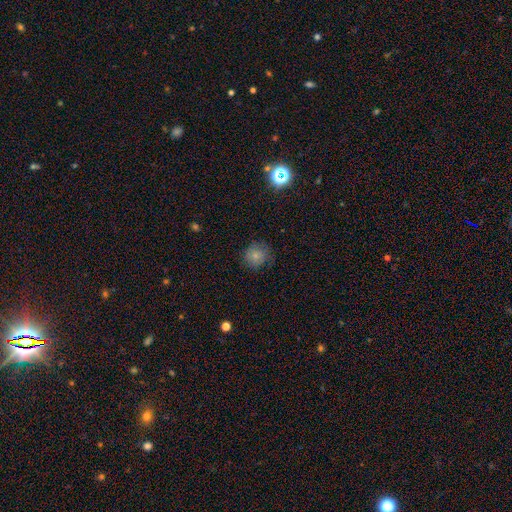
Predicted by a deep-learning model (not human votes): smooth 79%, star or artifact 12%, featured or disk 9%. Down the decision tree: how rounded — round (89%); merging — none (79%).